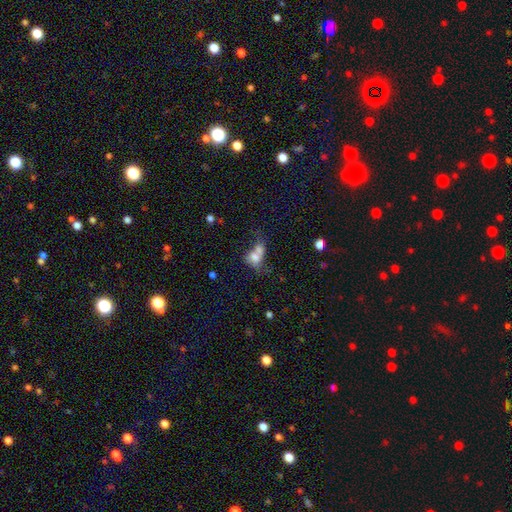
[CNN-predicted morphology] type=smooth (67%); roundness=in between (63%); merging=merger (68%).